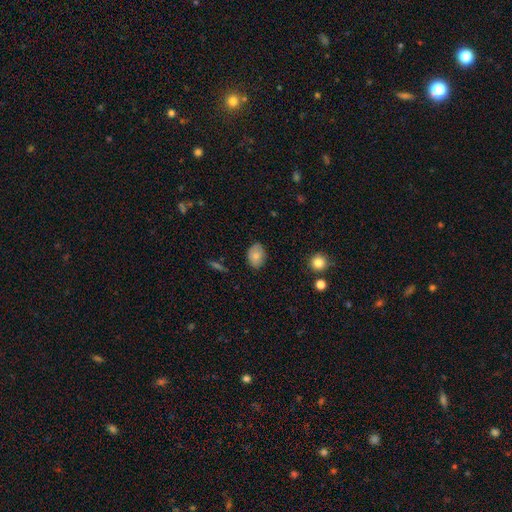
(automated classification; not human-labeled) smooth_or_featured: smooth (p=0.80) [alt: featured or disk p=0.12]
how_rounded: in between (p=0.76) [alt: round p=0.23]
merging: none (p=0.81) [alt: minor disturbance p=0.15]